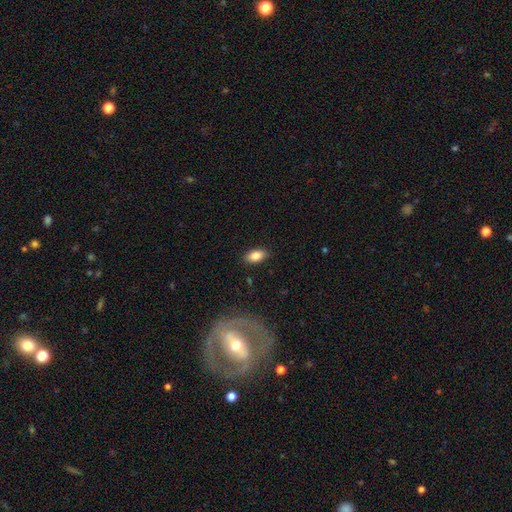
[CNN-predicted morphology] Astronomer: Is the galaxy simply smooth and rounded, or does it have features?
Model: smooth — 85%.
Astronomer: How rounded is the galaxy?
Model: in between — 91%.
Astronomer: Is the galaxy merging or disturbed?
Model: none — 87%.